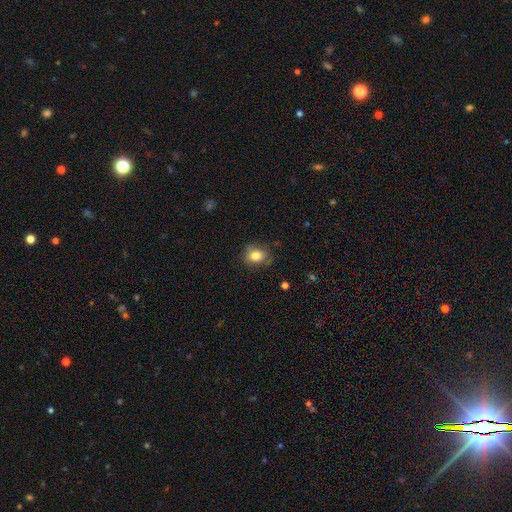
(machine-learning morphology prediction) Smooth or featured? Predicted: smooth (p=0.78). How rounded? Predicted: round (p=0.62). Merging? Predicted: none (p=0.72).